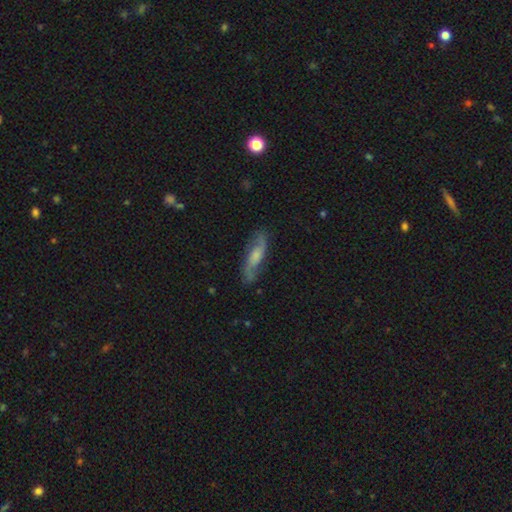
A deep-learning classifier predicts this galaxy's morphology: featured or disk 69%, smooth 25%, star or artifact 6%. Down the decision tree: edge-on disk — no (79%); bar — no (51%); spiral arms — yes (93%); spiral arm count — 2 (89%); spiral winding — loose (51%); bulge size — moderate (36%); merging — none (77%).